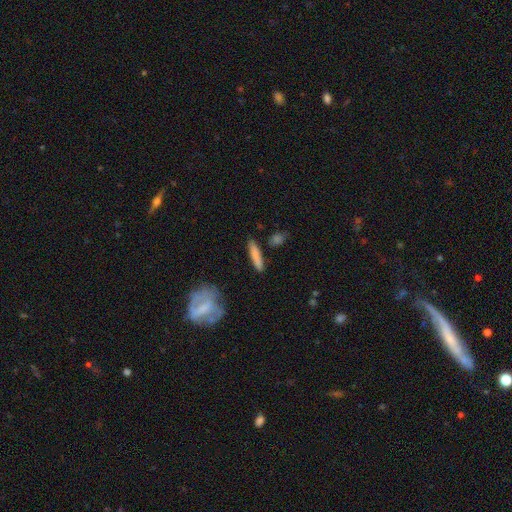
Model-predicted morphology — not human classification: Smooth or featured? Predicted: smooth (p=0.79). How rounded? Predicted: cigar-shaped (p=0.86). Merging? Predicted: none (p=0.84).